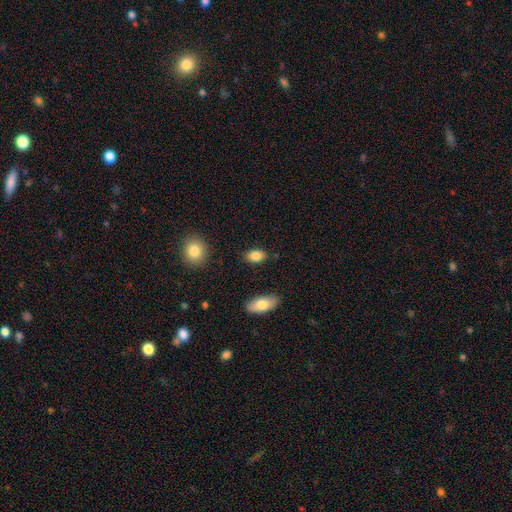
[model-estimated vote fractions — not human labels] smooth 85%, star or artifact 8%, featured or disk 7%. Down the decision tree: how rounded — in between (87%); merging — none (84%).